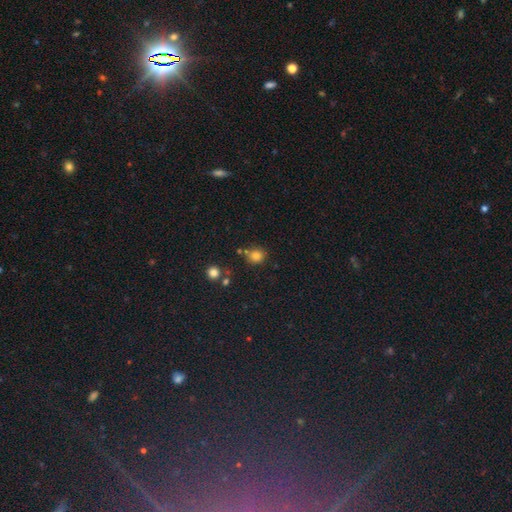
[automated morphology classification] A smooth galaxy with no disk features (80%) that is round (81%). Merging: none (68%).